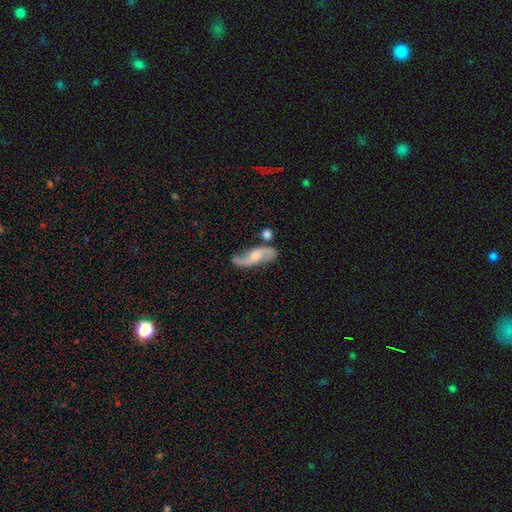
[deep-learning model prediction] Smooth or featured?
  - featured or disk: 77% *
  - smooth: 17%
  - star or artifact: 6%
Edge-on disk?
  - no: 91% *
  - yes: 9%
Bar?
  - no: 55% *
  - weak: 37%
  - strong: 9%
Spiral arms?
  - yes: 94% *
  - no: 6%
Spiral winding?
  - loose: 71% *
  - medium: 23%
  - tight: 6%
Spiral arm count?
  - 2: 91% *
  - can't tell: 3%
  - 1: 3%
  - 3: 1%
  - 4: 1%
  - more than 4: 1%
Bulge size?
  - moderate: 49% *
  - small: 27%
  - large: 12%
  - none: 10%
  - dominant: 2%
Merging?
  - none: 64% *
  - minor disturbance: 18%
  - merger: 11%
  - major disturbance: 7%